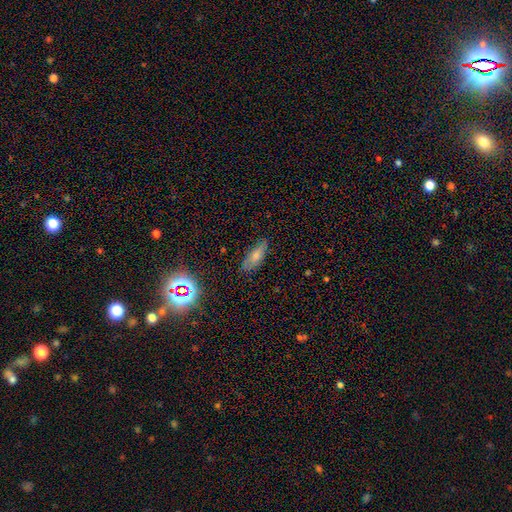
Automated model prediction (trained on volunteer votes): smooth 70%, featured or disk 17%, star or artifact 13%. Down the decision tree: how rounded — in between (74%); merging — none (76%).